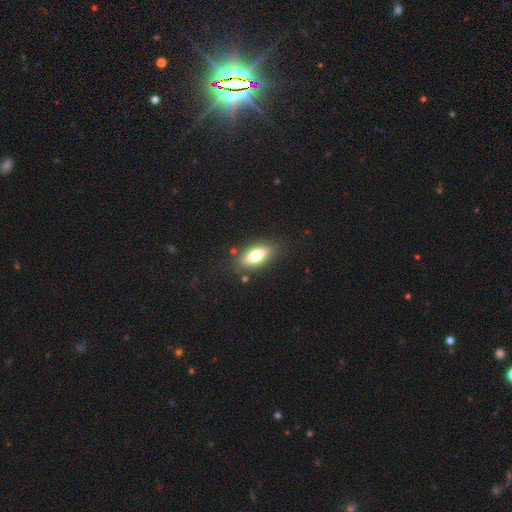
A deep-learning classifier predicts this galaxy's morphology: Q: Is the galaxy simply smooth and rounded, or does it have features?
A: smooth — 69%.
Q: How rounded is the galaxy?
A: in between — 75%.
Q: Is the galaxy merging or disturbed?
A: none — 83%.